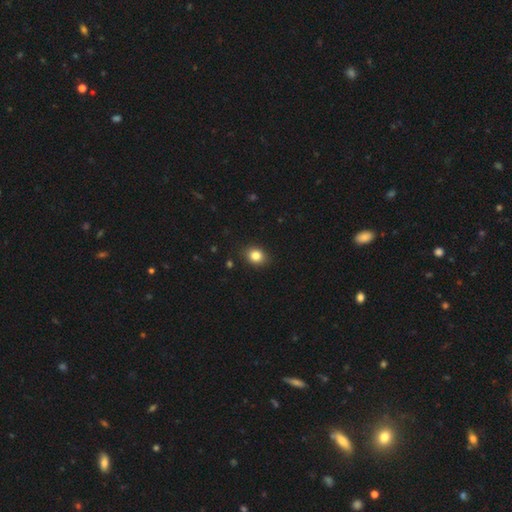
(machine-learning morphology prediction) smooth-or-featured: smooth: 84% | star or artifact: 10% | featured or disk: 6%
  how-rounded: round: 53% | in between: 46% | cigar-shaped: 1%
  merging: none: 88% | minor disturbance: 9% | major disturbance: 2% | merger: 1%